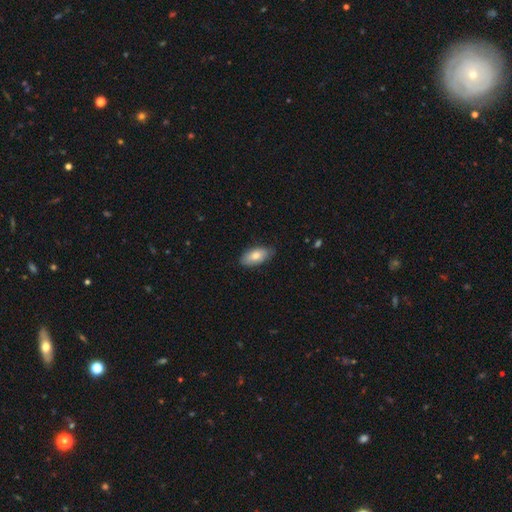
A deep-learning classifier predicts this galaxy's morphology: Overall: smooth (74%). How rounded: in between (92%). Merging: none (75%).